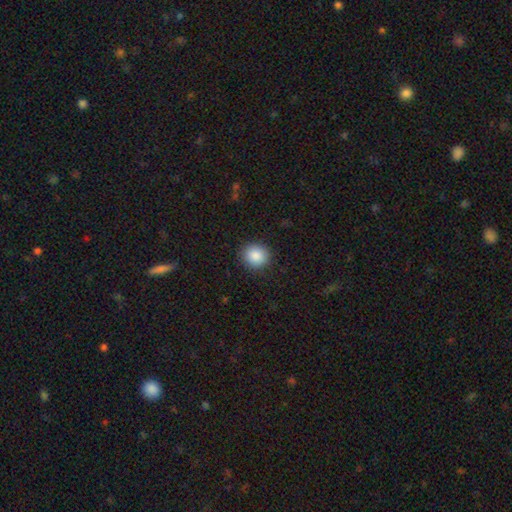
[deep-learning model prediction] Smooth or featured: smooth — 87% (star or artifact — 9%)
How rounded: round — 88% (in between — 11%)
Merging: none — 90% (minor disturbance — 6%)